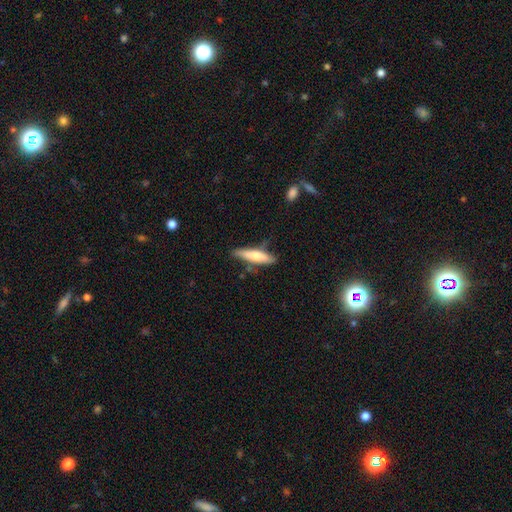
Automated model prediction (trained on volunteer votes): Smooth or featured?
  - smooth: 67% *
  - featured or disk: 28%
  - star or artifact: 6%
How rounded?
  - cigar-shaped: 77% *
  - in between: 21%
  - round: 2%
Merging?
  - none: 67% *
  - minor disturbance: 24%
  - major disturbance: 5%
  - merger: 4%